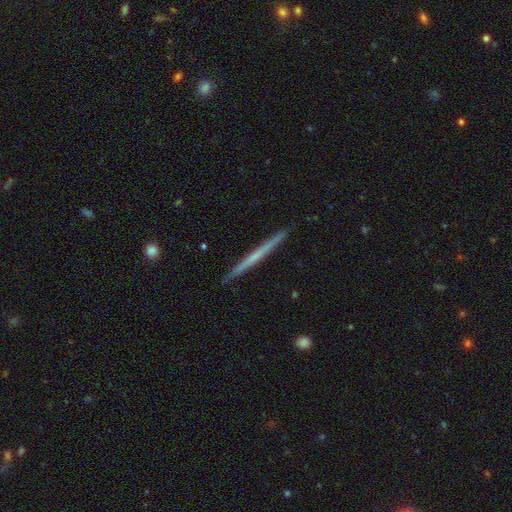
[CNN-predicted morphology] featured or disk 56%, smooth 39%, star or artifact 5%. Down the decision tree: edge-on disk — yes (98%); edge-on bulge — none (86%); merging — none (93%).